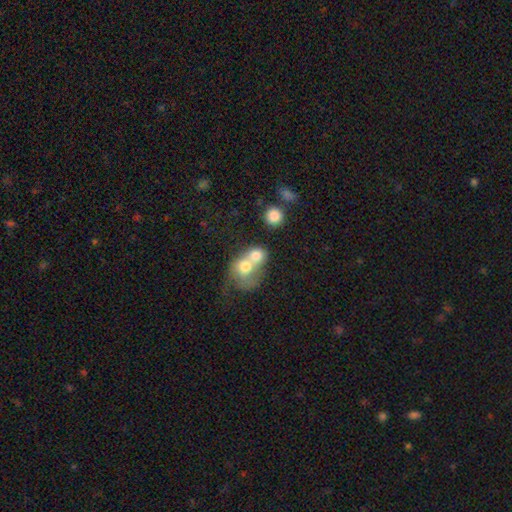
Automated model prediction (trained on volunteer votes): The model was most divided on "how rounded": round: 64%, in between: 35%, cigar-shaped: 1%. More confident: merging — merger (74%); smooth or featured — smooth (69%).